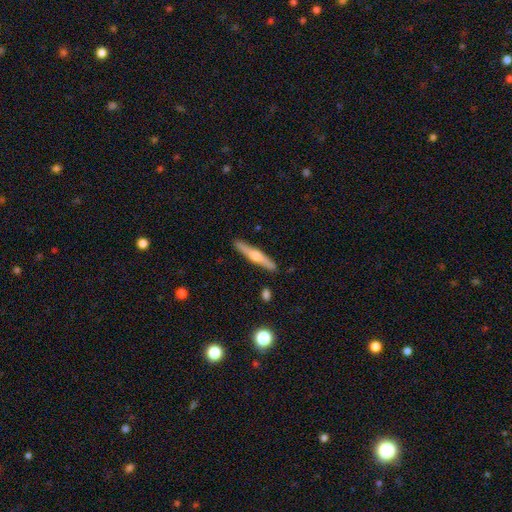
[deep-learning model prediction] Smooth or featured: featured or disk — 62% (smooth — 32%)
Edge-on disk: yes — 97% (no — 3%)
Edge-on bulge: rounded — 87% (boxy — 9%)
Merging: none — 90% (minor disturbance — 7%)